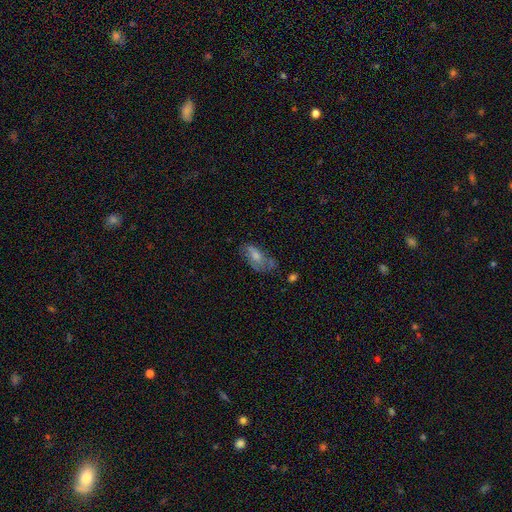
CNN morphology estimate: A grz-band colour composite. It shows a smooth galaxy with no disk features (55%) that is in between round and cigar-shaped (87%). Merging: none (43%).